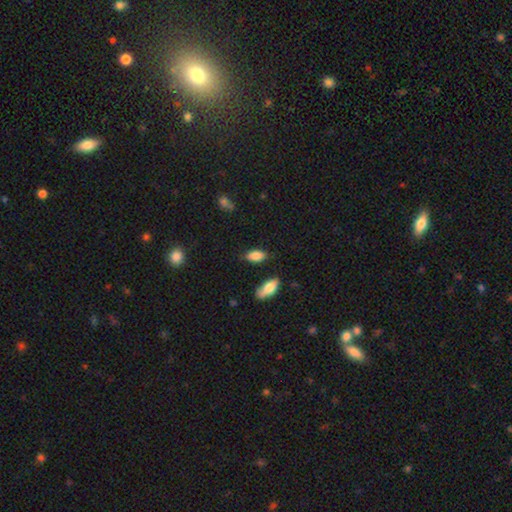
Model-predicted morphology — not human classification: smooth-or-featured: smooth: 84% | featured or disk: 8% | star or artifact: 8%
  how-rounded: in between: 91% | cigar-shaped: 6% | round: 4%
  merging: none: 76% | minor disturbance: 17% | merger: 4% | major disturbance: 4%